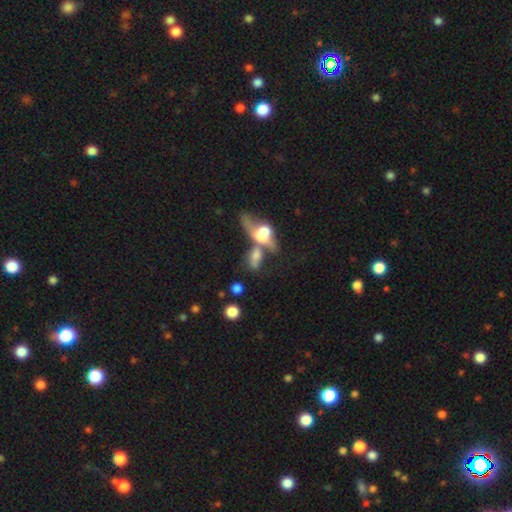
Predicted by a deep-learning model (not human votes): Smooth or featured?
  - smooth: 50% *
  - featured or disk: 39%
  - star or artifact: 12%
Merging?
  - merger: 66% *
  - none: 14%
  - major disturbance: 13%
  - minor disturbance: 7%